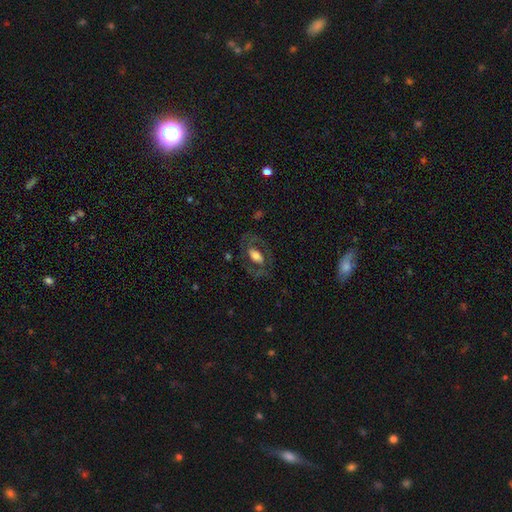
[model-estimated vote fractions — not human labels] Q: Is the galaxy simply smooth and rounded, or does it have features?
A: featured or disk — 48%.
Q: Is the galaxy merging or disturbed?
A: none — 66%.